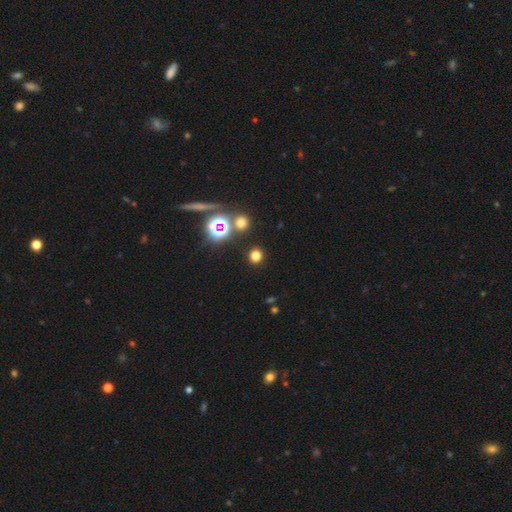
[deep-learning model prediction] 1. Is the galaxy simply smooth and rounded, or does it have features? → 69% smooth, 25% star or artifact, 5% featured or disk.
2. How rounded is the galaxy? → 88% round, 11% in between, 1% cigar-shaped.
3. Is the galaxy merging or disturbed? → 89% none, 5% minor disturbance, 3% major disturbance, 3% merger.